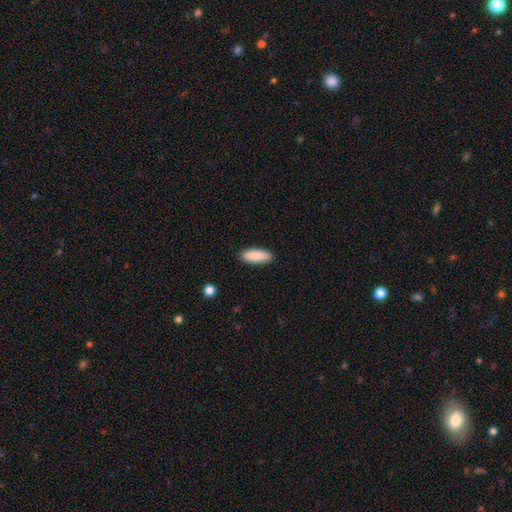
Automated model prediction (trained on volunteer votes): The model was most divided on "how rounded": in between: 68%, cigar-shaped: 30%, round: 2%. More confident: smooth or featured — smooth (90%); merging — none (89%).